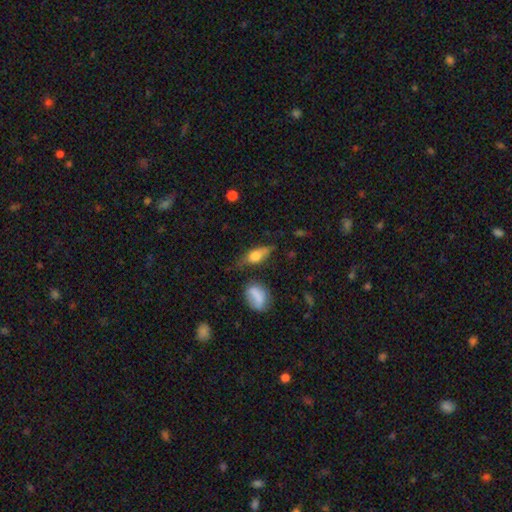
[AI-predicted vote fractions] Smooth or featured?
  - smooth: 62% *
  - featured or disk: 30%
  - star or artifact: 9%
How rounded?
  - in between: 69% *
  - cigar-shaped: 23%
  - round: 8%
Merging?
  - none: 57% *
  - minor disturbance: 26%
  - major disturbance: 10%
  - merger: 7%